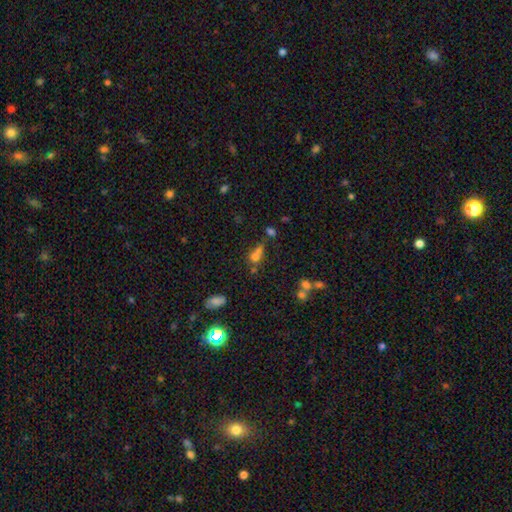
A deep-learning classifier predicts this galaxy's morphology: This is likely a smooth galaxy (62%). How rounded: likely round (69%). Merging: possibly merger (50%).